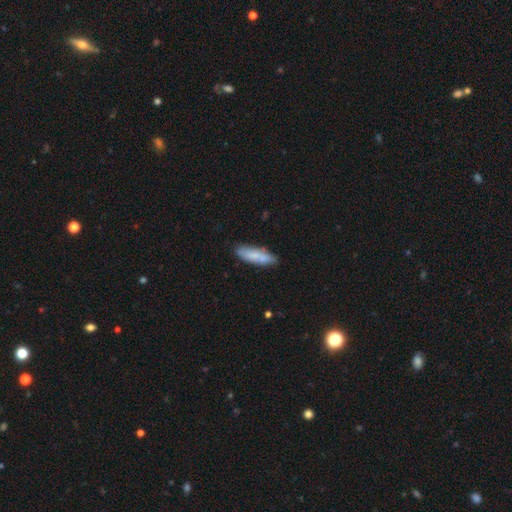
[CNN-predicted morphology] The model was most divided on "how rounded": cigar-shaped: 53%, in between: 45%, round: 2%. More confident: smooth or featured — smooth (73%); merging — none (72%).